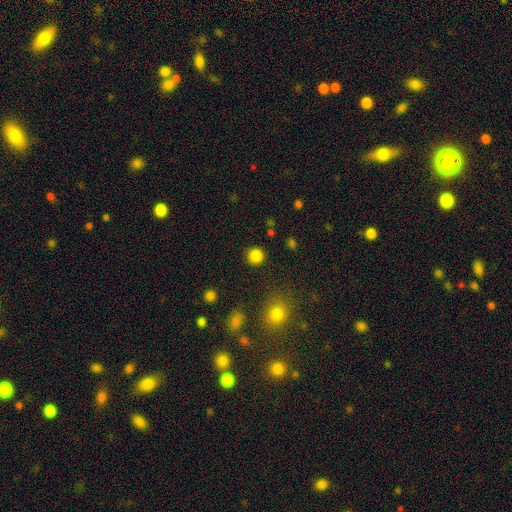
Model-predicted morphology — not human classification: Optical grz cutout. It shows a smooth galaxy with no disk features (85%) that is round (93%). Merging: none (91%).